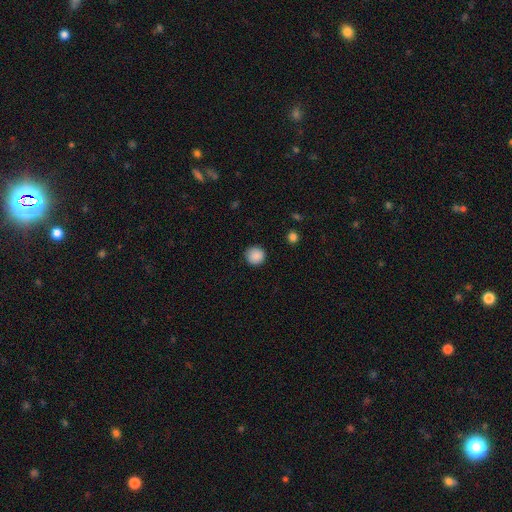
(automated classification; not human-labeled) Smooth or featured? smooth (88%)
How rounded? round (94%)
Merging? none (90%)